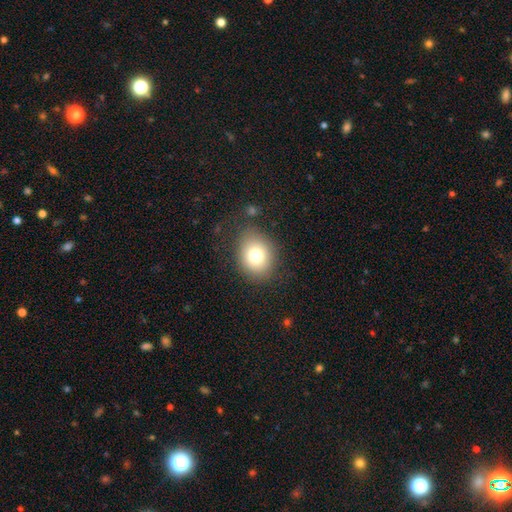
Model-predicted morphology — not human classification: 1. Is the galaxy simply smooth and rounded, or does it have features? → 78% smooth, 11% featured or disk, 11% star or artifact.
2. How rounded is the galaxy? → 55% round, 44% in between, 1% cigar-shaped.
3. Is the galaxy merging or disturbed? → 78% none, 14% minor disturbance, 6% major disturbance, 2% merger.